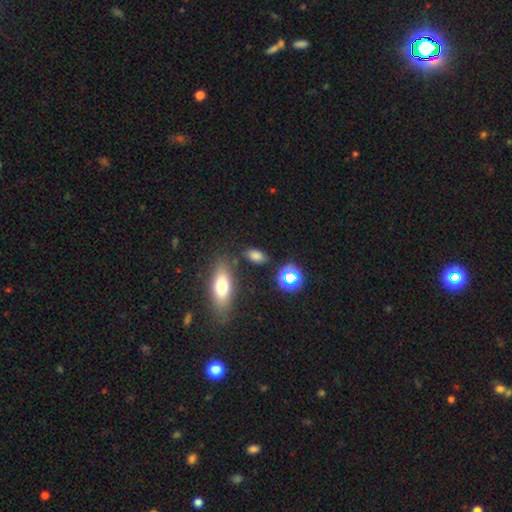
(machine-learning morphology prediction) A smooth galaxy with no disk features (74%) that is in between round and cigar-shaped (83%).

Vote fractions:
- Smooth or featured? smooth: 74% / star or artifact: 18% / featured or disk: 8%
- How rounded? in between: 83% / round: 10% / cigar-shaped: 7%
- Merging? none: 76% / minor disturbance: 15% / merger: 5% / major disturbance: 4%